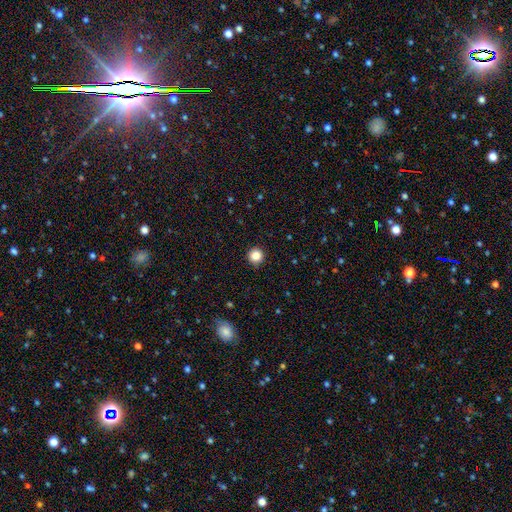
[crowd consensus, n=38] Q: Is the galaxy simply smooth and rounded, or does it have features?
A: smooth — 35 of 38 (92%).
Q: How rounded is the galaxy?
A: round — 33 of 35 (94%).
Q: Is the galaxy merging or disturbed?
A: none — 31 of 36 (86%).